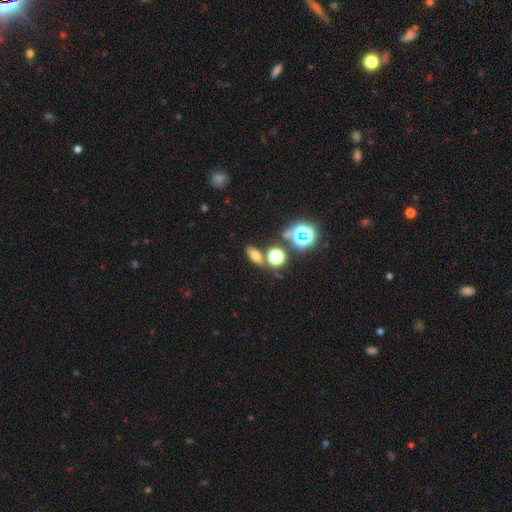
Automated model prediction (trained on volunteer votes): The model was most divided on "smooth or featured": smooth: 62%, star or artifact: 26%, featured or disk: 12%. More confident: how rounded — in between (78%); merging — none (77%).